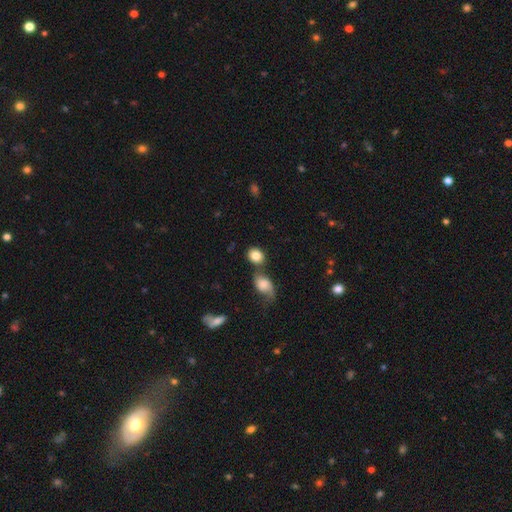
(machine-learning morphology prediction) Smooth or featured?
  - smooth: 82% *
  - featured or disk: 11%
  - star or artifact: 8%
How rounded?
  - round: 62% *
  - in between: 37%
  - cigar-shaped: 2%
Merging?
  - none: 49% *
  - merger: 35%
  - minor disturbance: 10%
  - major disturbance: 5%